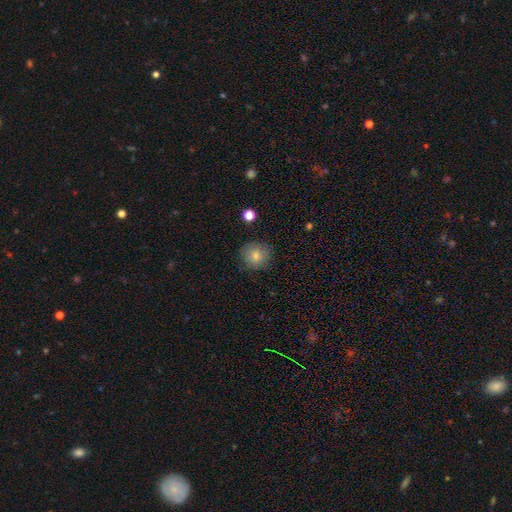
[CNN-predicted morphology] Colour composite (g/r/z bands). It shows a smooth galaxy with no disk features (76%) that is round (91%). Merging: none (87%).